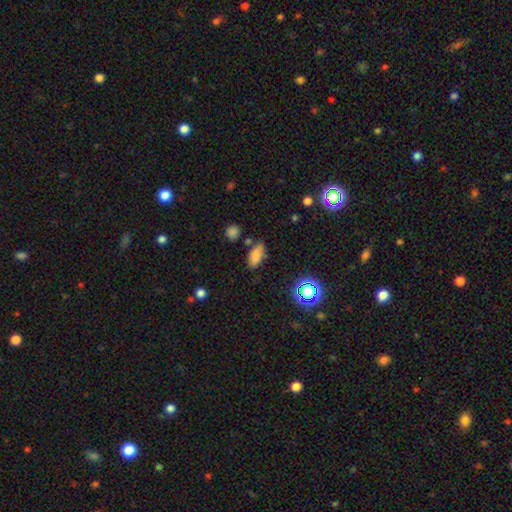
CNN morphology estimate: Smooth or featured? smooth (79%)
How rounded? in between (86%)
Merging? none (71%)